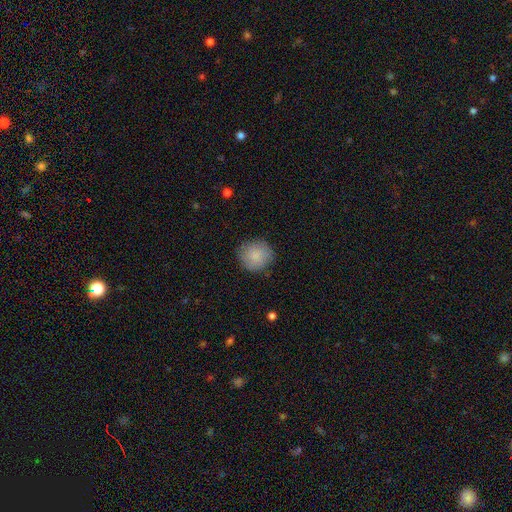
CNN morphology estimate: Q: Smooth or featured?
A: smooth (83%); runner-up: featured or disk (10%)
Q: How rounded?
A: round (90%); runner-up: in between (9%)
Q: Merging?
A: none (83%); runner-up: minor disturbance (13%)